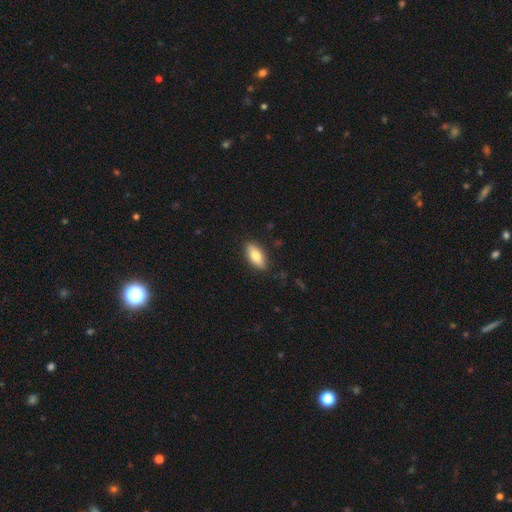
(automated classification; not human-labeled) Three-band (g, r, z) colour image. It shows a smooth galaxy with no disk features (76%) that is in between round and cigar-shaped (81%). Merging: none (86%).